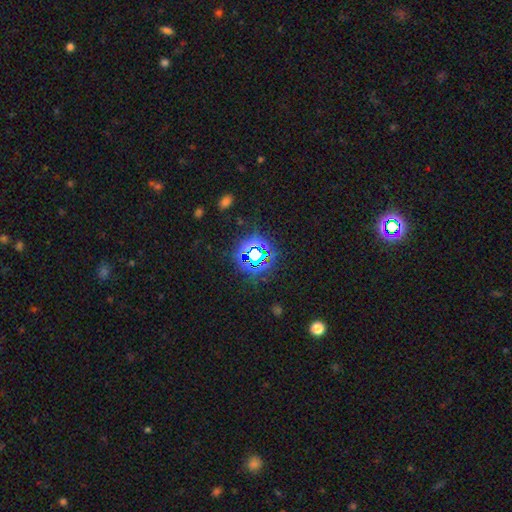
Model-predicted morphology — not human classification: smooth-or-featured: star or artifact: 76% | smooth: 15% | featured or disk: 9%